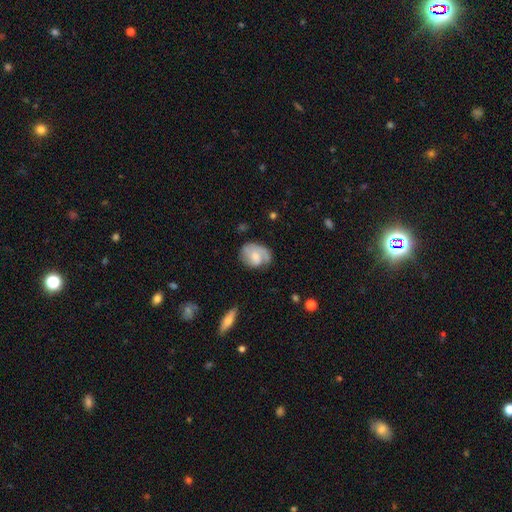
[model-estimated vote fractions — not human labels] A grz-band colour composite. It shows a featured or disk galaxy (55%) with no bar (63%), spiral arms (83%) and a small central bulge (39%). Merging: none (57%).